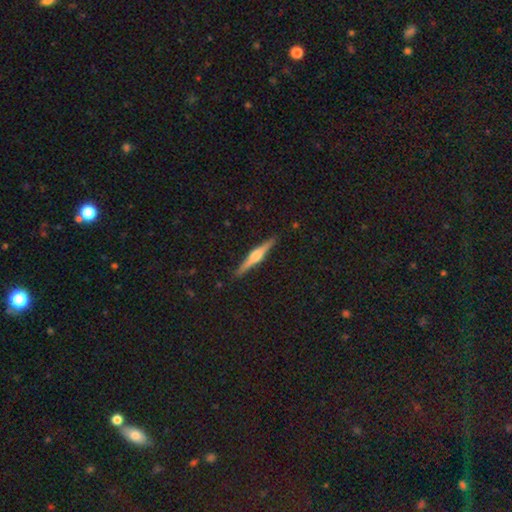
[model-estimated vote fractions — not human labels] A featured or disk galaxy (76%) viewed edge-on (98%) with a rounded central bulge (87%). Merging: none (92%).